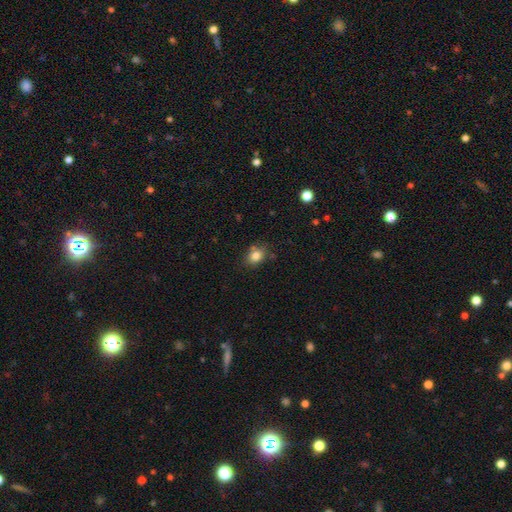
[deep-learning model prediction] Smooth or featured: smooth — 82% (star or artifact — 11%)
How rounded: in between — 54% (round — 45%)
Merging: none — 71% (minor disturbance — 17%)